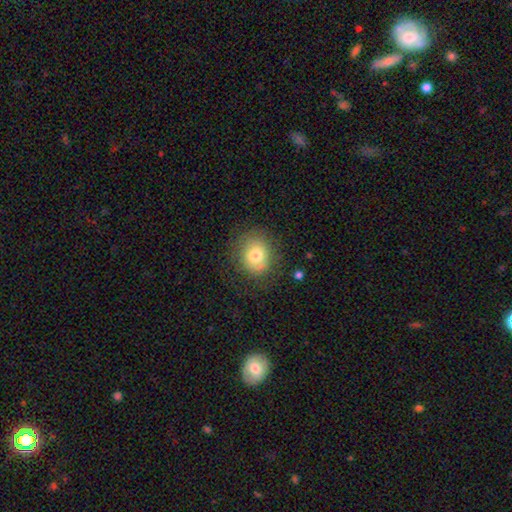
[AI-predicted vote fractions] A smooth galaxy with no disk features (73%) that is round (70%).

Vote fractions:
- Smooth or featured? smooth: 73% / featured or disk: 17% / star or artifact: 10%
- How rounded? round: 70% / in between: 29% / cigar-shaped: 1%
- Merging? none: 76% / minor disturbance: 15% / major disturbance: 7% / merger: 1%